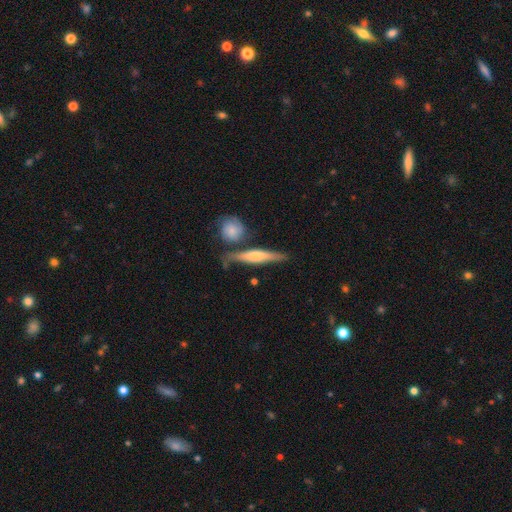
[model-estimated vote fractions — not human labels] The model was most divided on "smooth or featured": featured or disk: 49%, smooth: 46%, star or artifact: 5%. More confident: merging — none (66%).